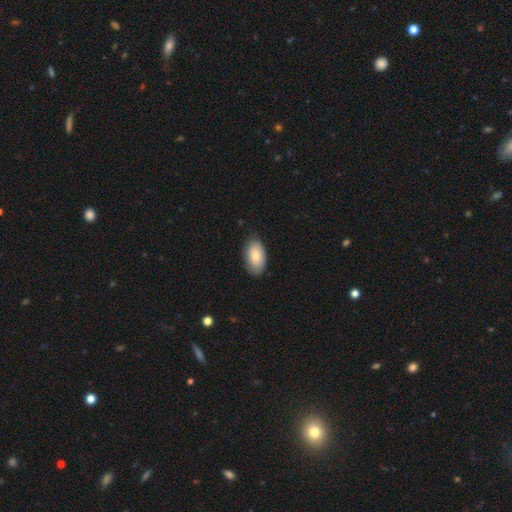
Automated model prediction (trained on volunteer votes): Smooth or featured? smooth (83%)
How rounded? in between (95%)
Merging? none (82%)